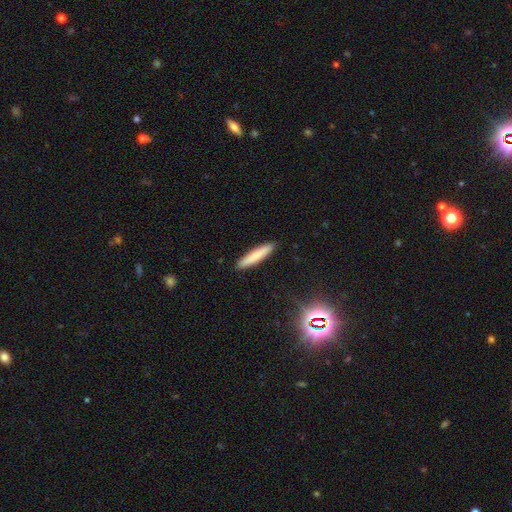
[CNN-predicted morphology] Smooth or featured: smooth — 79% (featured or disk — 14%)
How rounded: cigar-shaped — 91% (in between — 7%)
Merging: none — 91% (minor disturbance — 6%)